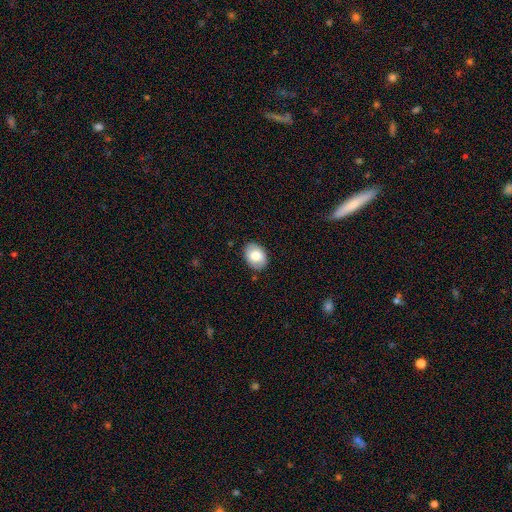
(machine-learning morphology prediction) Overall: smooth (76%). How rounded: in between (75%). Merging: none (85%).